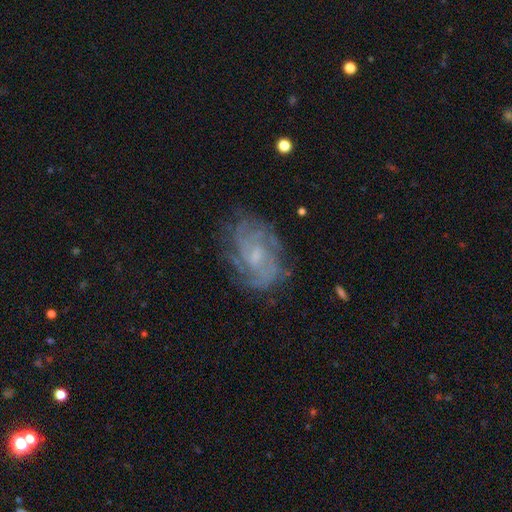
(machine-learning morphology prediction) This appears to be a featured or disk galaxy (77%) with no bar (58%), tight (51%) spiral arms (91%) and a small central bulge (55%). Merging: none (72%).